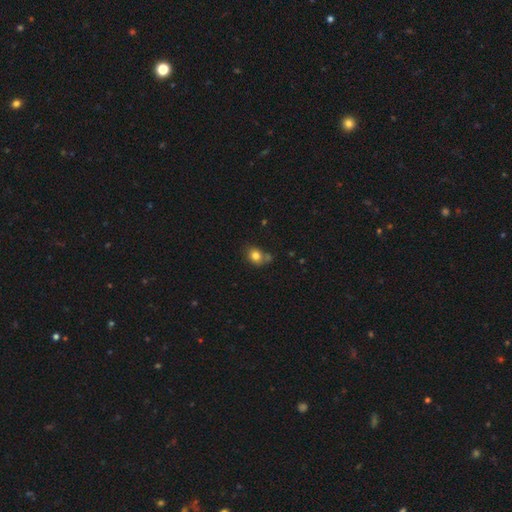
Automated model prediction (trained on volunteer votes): This is clearly a smooth galaxy (81%). How rounded: possibly round (59%). Merging: possibly none (55%).